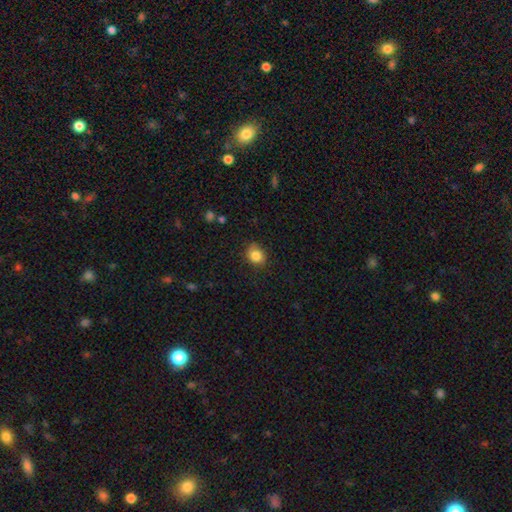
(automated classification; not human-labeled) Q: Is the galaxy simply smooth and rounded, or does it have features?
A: smooth — 85%.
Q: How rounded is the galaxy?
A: round — 64%.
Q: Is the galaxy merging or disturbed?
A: none — 75%.